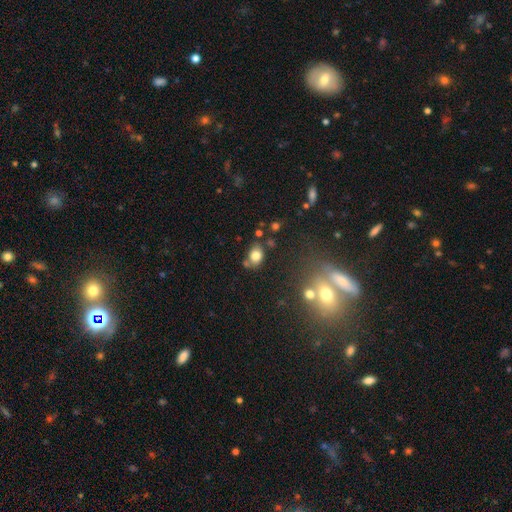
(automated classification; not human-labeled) Q: Smooth or featured?
A: smooth (79%); runner-up: star or artifact (12%)
Q: How rounded?
A: in between (65%); runner-up: round (33%)
Q: Merging?
A: none (64%); runner-up: minor disturbance (17%)